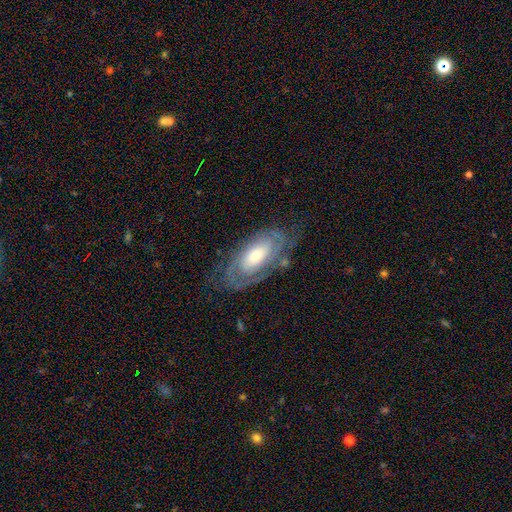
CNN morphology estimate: Smooth or featured: featured or disk — 77% (smooth — 17%)
Edge-on disk: no — 91% (yes — 9%)
Bar: no — 63% (weak — 28%)
Spiral arms: yes — 86% (no — 14%)
Spiral winding: tight — 64% (medium — 28%)
Spiral arm count: 2 — 47% (can't tell — 35%)
Bulge size: moderate — 61% (small — 23%)
Merging: none — 73% (minor disturbance — 17%)